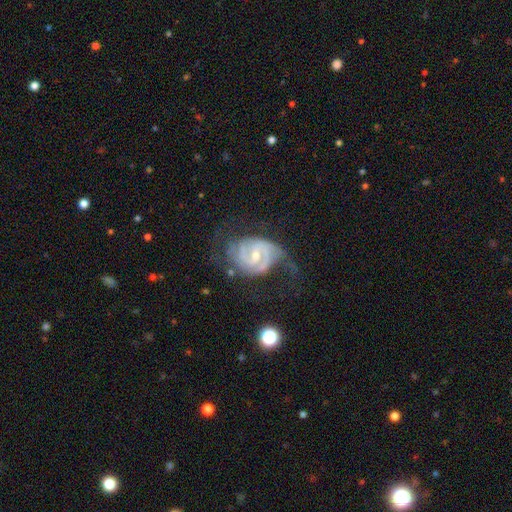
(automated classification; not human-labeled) This is clearly a featured or disk galaxy (88%). It is clearly not viewed edge-on (98%). Bar: possibly weak (53%). Spiral arm pattern: clearly yes (96%). Spiral arm count: likely 2 (67%). Spiral winding: possibly tight (47%). Central bulge: possibly small (52%). Merging: possibly none (48%).